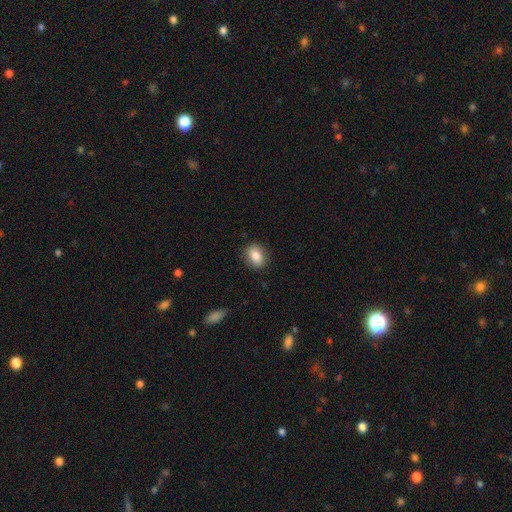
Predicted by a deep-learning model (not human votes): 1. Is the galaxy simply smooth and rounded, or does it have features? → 84% smooth, 8% star or artifact, 8% featured or disk.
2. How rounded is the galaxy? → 68% in between, 30% round, 1% cigar-shaped.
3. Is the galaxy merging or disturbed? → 87% none, 10% minor disturbance, 3% major disturbance, 1% merger.